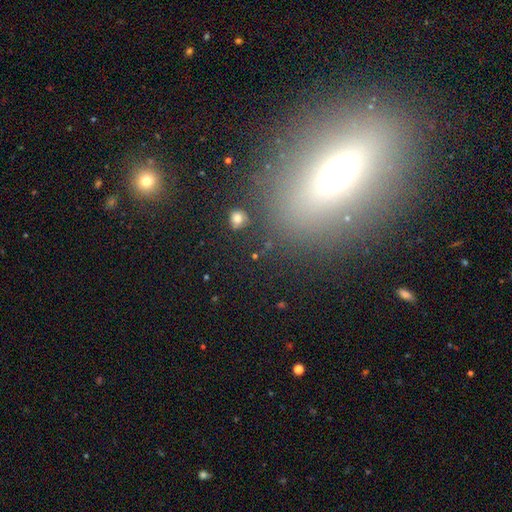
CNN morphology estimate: Smooth or featured? Predicted: smooth (p=0.43). Merging? Predicted: none (p=0.78).